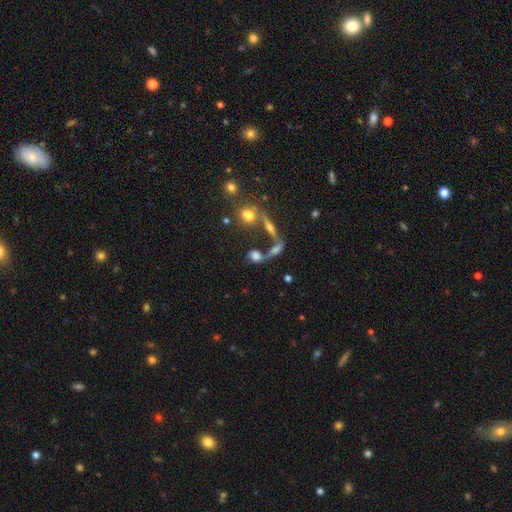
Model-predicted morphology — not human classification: Smooth or featured? Predicted: smooth (p=0.54). How rounded? Predicted: in between (p=0.53). Merging? Predicted: merger (p=0.41).